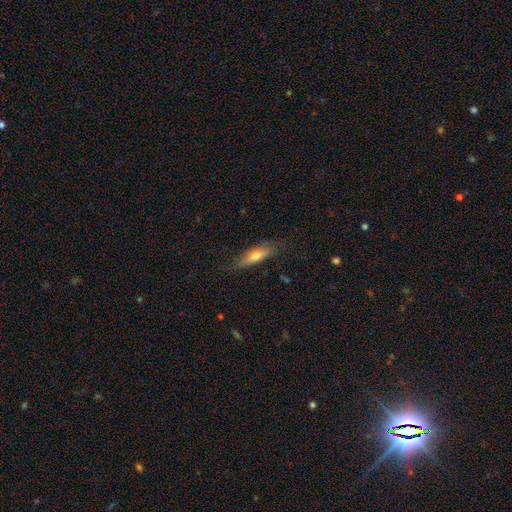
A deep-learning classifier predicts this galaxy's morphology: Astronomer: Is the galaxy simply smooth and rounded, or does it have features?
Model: smooth — 61%.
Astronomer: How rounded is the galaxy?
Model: cigar-shaped — 63%.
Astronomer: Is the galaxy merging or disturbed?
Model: none — 76%.